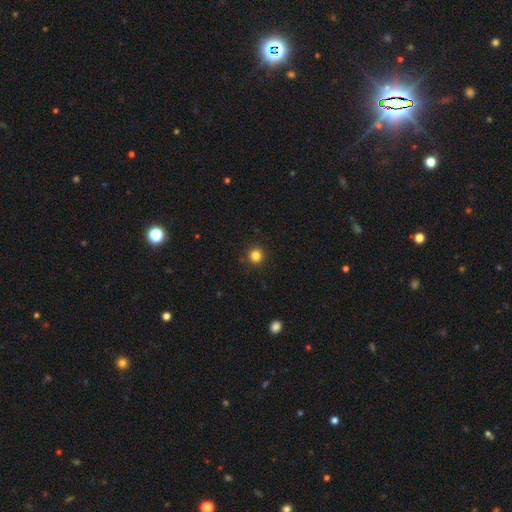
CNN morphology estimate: Overall: smooth (83%). How rounded: round (95%). Merging: none (92%).